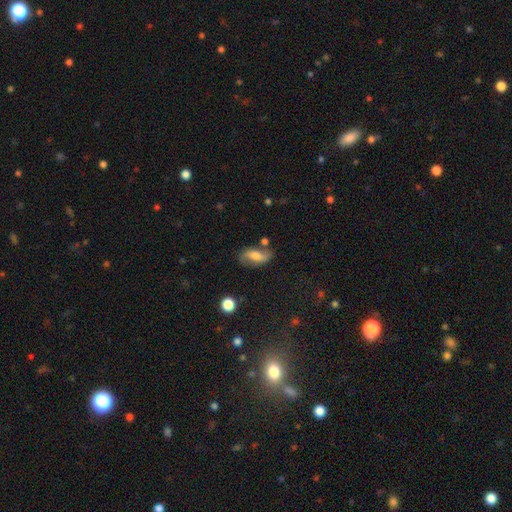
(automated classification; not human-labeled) A smooth galaxy with no disk features (46%). Merging: none (62%).